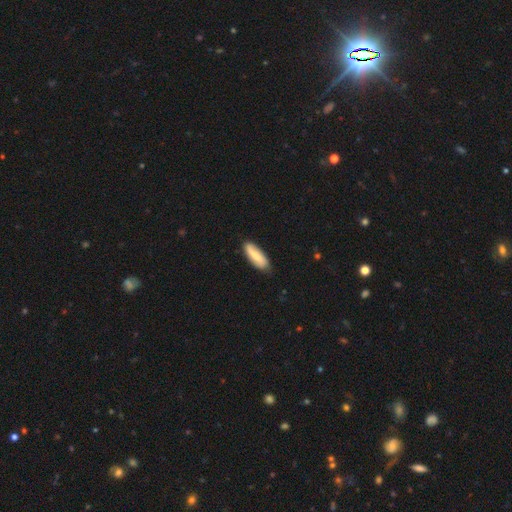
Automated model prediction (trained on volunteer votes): Morphology: type=smooth (61%); roundness=in between (64%); merging=none (80%).